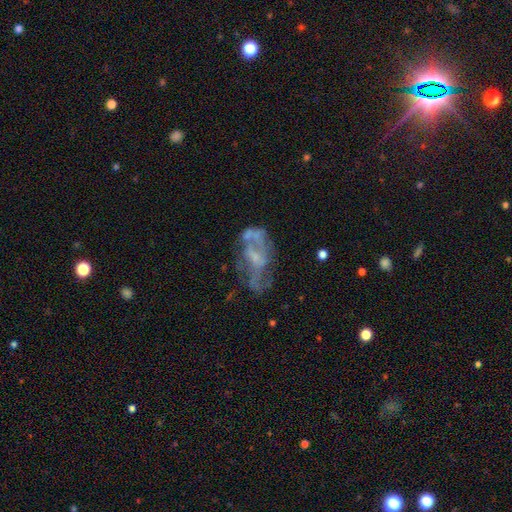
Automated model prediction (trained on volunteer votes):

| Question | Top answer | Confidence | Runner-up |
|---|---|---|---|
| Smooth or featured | featured or disk | 67% | smooth (21%) |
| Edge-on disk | no | 94% | yes (6%) |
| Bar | no | 63% | weak (29%) |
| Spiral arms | no | 61% | yes (39%) |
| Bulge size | small | 41% | none (31%) |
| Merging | none | 43% | major disturbance (27%) |